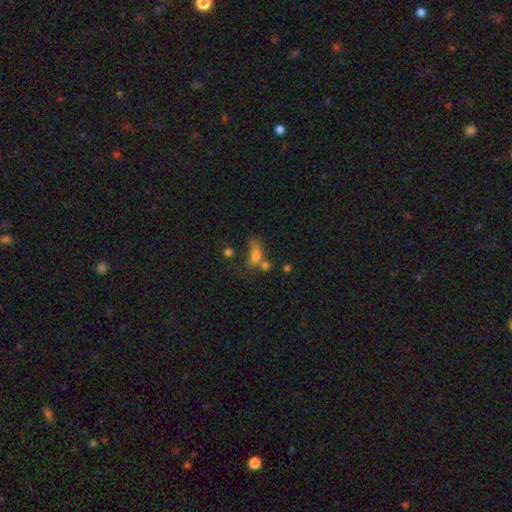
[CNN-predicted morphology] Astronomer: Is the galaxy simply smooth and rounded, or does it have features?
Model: smooth — 69%.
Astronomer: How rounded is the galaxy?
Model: in between — 69%.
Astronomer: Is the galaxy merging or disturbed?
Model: merger — 34% (runner-up: none, 29%).